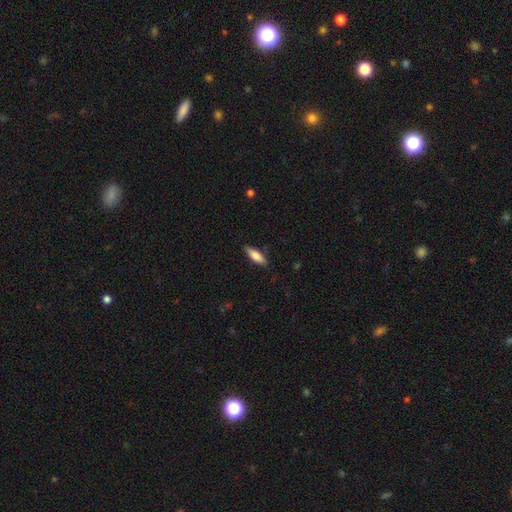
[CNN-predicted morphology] smooth_or_featured: smooth (p=0.75) [alt: featured or disk p=0.19]
how_rounded: in between (p=0.54) [alt: cigar-shaped p=0.45]
merging: none (p=0.84) [alt: minor disturbance p=0.13]